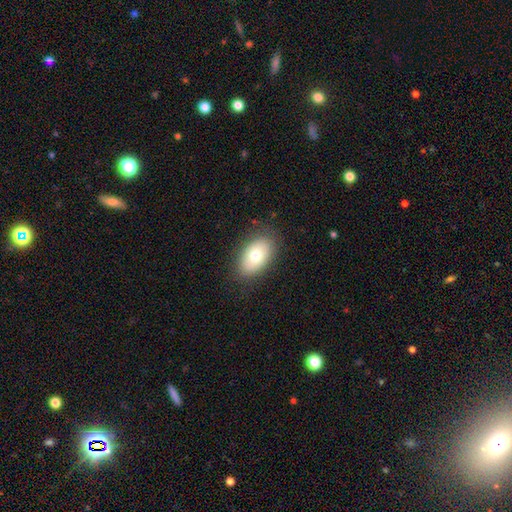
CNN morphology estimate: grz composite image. It shows a smooth galaxy with no disk features (75%) that is in between round and cigar-shaped (92%). Merging: none (83%).